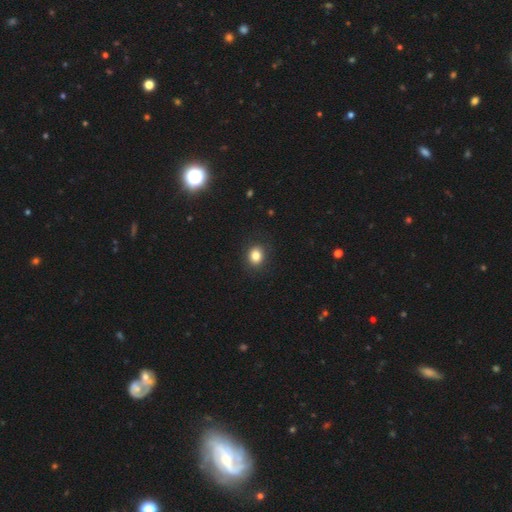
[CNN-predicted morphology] This appears to be a smooth galaxy with no disk features (83%) that is round (62%). Merging: none (88%).